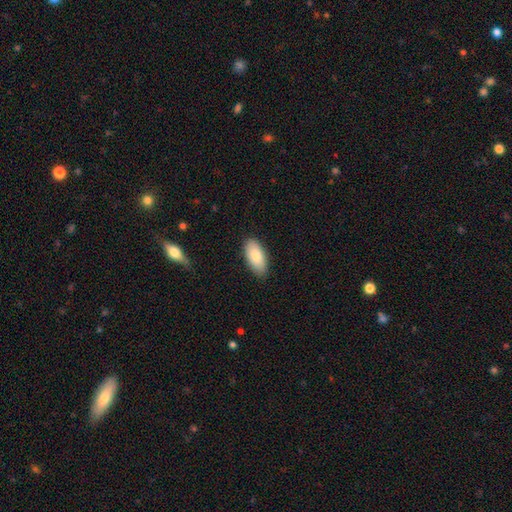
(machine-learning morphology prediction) Smooth or featured? smooth (84%)
How rounded? in between (93%)
Merging? none (86%)